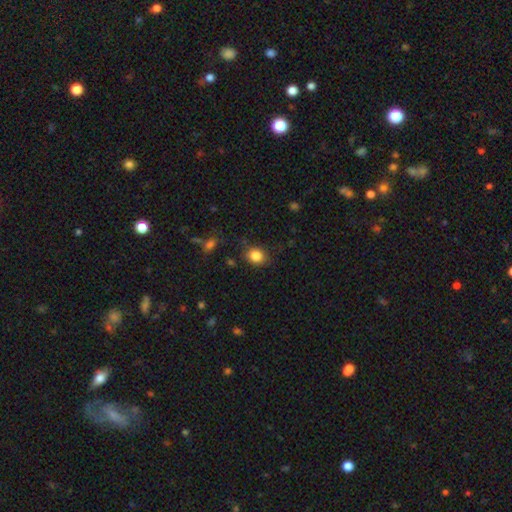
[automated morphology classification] The model was most divided on "how rounded": round: 61%, in between: 39%, cigar-shaped: 1%. More confident: smooth or featured — smooth (85%); merging — none (83%).